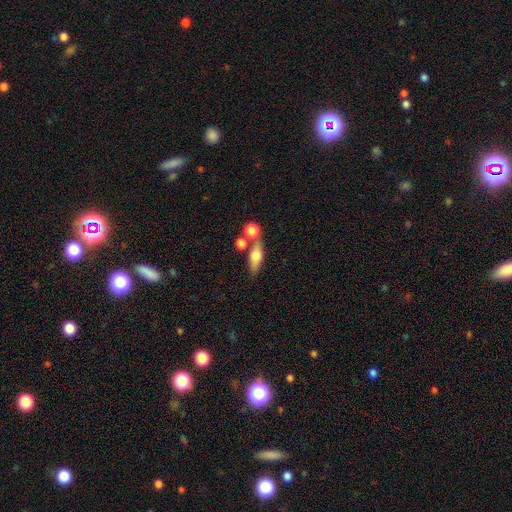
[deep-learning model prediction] A smooth galaxy with no disk features (63%) that is in between round and cigar-shaped (59%). Merging: none (57%).